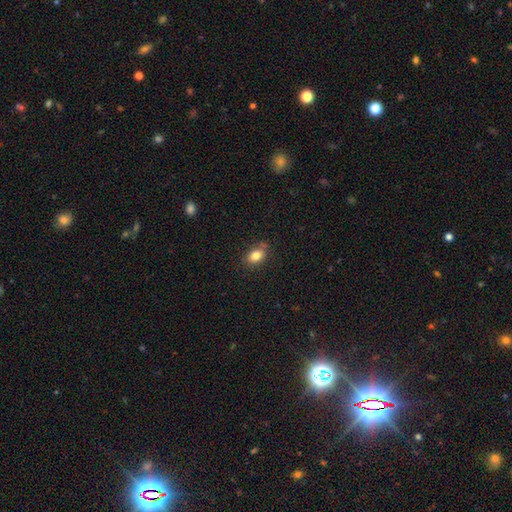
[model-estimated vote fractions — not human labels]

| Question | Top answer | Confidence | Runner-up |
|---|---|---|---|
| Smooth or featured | smooth | 82% | star or artifact (9%) |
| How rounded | in between | 79% | round (19%) |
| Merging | none | 75% | minor disturbance (18%) |